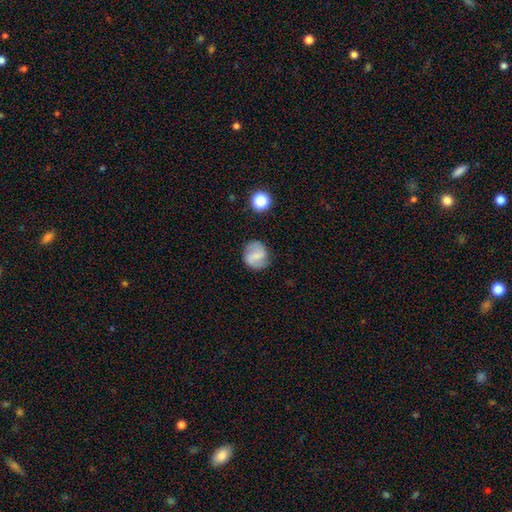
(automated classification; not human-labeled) The model was most divided on "bulge size": small: 40%, none: 39%, moderate: 17%, large: 3%, dominant: 1%. Remaining: edge-on disk — no (98%); spiral arms — yes (90%); spiral arm count — 2 (87%); merging — none (81%); smooth or featured — featured or disk (61%); bar — weak (50%); spiral winding — medium (48%).